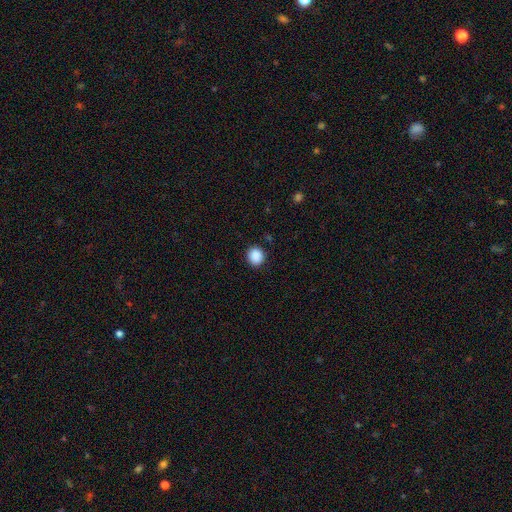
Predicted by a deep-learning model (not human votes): Morphology: type=smooth (89%); roundness=round (85%); merging=none (89%).